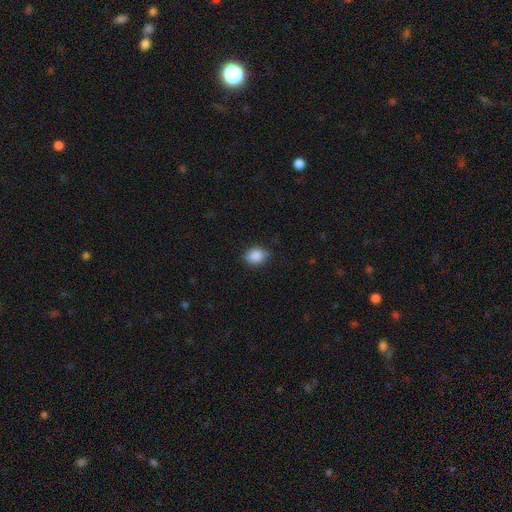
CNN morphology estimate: smooth-or-featured: smooth: 86% | star or artifact: 8% | featured or disk: 5%
  how-rounded: in between: 60% | round: 39% | cigar-shaped: 1%
  merging: none: 75% | minor disturbance: 21% | major disturbance: 4% | merger: 1%